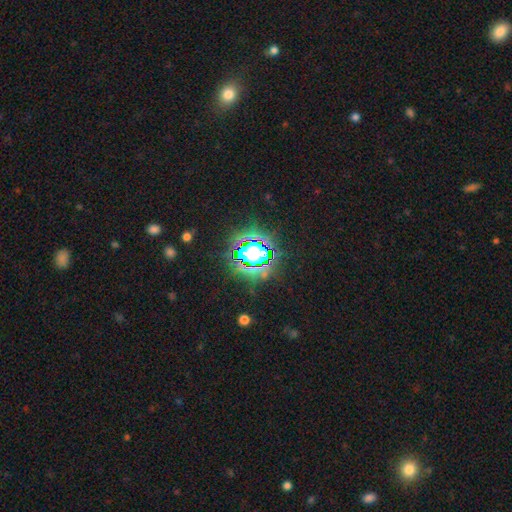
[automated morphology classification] smooth_or_featured: star or artifact (p=0.67) [alt: smooth p=0.22]